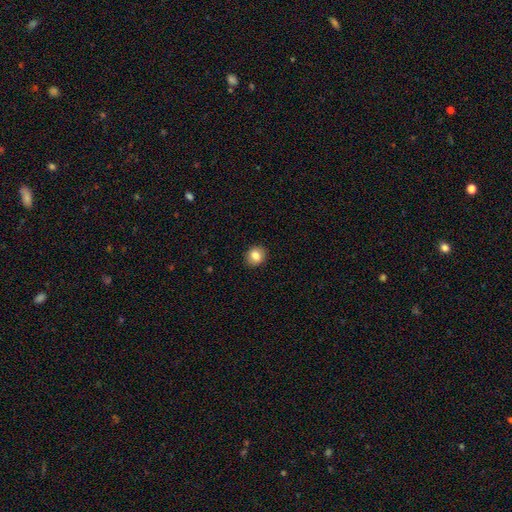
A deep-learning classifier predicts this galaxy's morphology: A smooth galaxy with no disk features (83%) that is round (77%).

Vote fractions:
- Smooth or featured? smooth: 83% / star or artifact: 9% / featured or disk: 7%
- How rounded? round: 77% / in between: 22% / cigar-shaped: 1%
- Merging? none: 90% / minor disturbance: 7% / major disturbance: 2% / merger: 1%